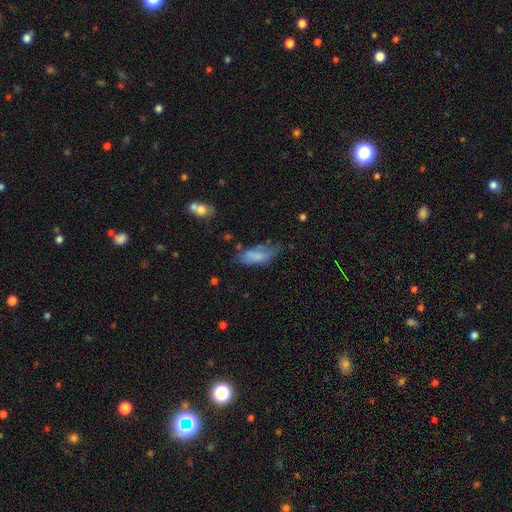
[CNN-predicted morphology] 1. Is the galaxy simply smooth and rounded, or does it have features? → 78% smooth, 14% featured or disk, 8% star or artifact.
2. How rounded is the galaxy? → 78% in between, 20% cigar-shaped, 2% round.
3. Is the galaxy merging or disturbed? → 47% none, 34% minor disturbance, 15% major disturbance, 4% merger.